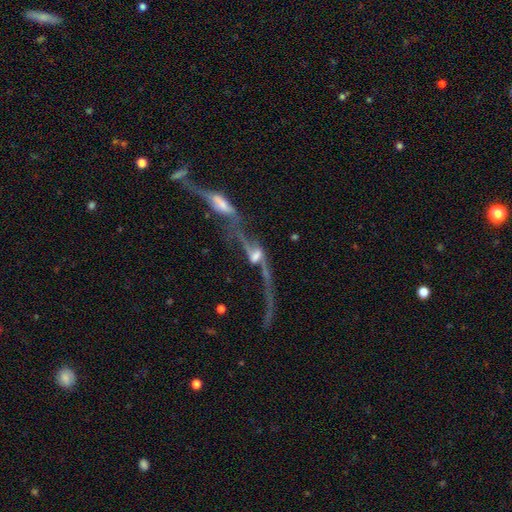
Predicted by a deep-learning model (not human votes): smooth_or_featured: featured or disk (p=0.74) [alt: smooth p=0.15]
disk_edge_on: no (p=0.61) [alt: yes p=0.39]
merging: merger (p=0.58) [alt: major disturbance p=0.19]